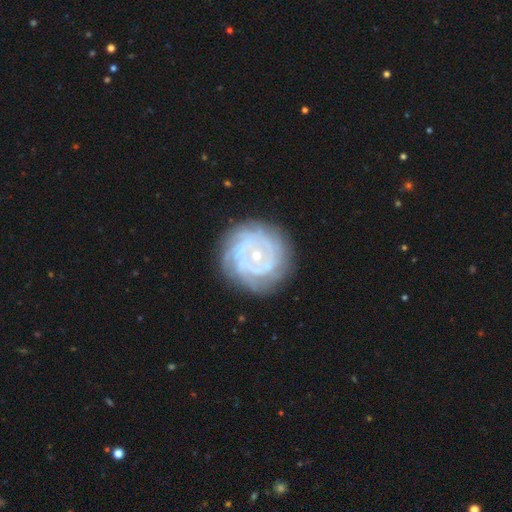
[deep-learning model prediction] A featured or disk galaxy (81%) with no bar (75%), tight (79%) spiral arms (90%) and a small central bulge (75%). Merging: none (78%).